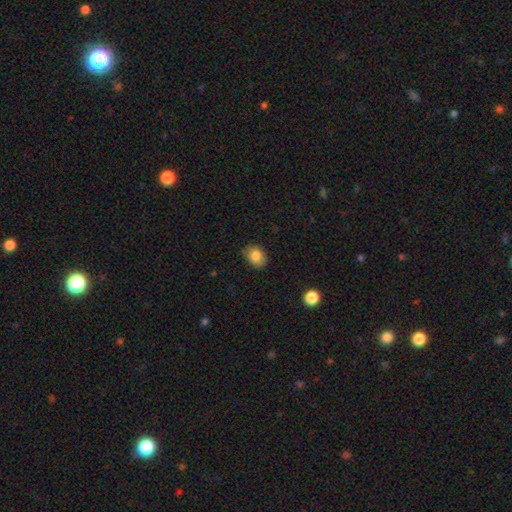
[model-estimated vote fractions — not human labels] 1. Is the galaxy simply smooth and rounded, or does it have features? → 83% smooth, 9% star or artifact, 8% featured or disk.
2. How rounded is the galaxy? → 57% in between, 42% round, 1% cigar-shaped.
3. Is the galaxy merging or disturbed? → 83% none, 13% minor disturbance, 2% major disturbance, 1% merger.